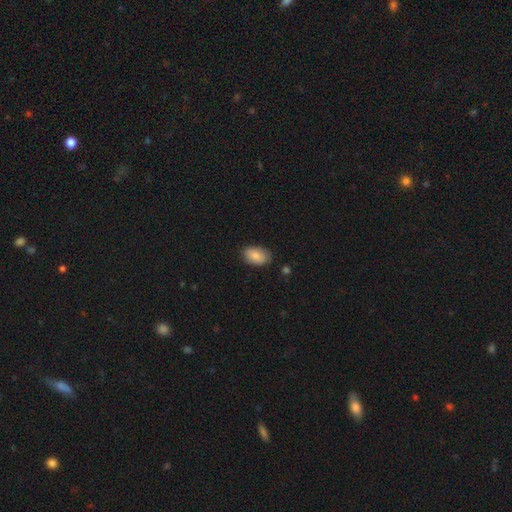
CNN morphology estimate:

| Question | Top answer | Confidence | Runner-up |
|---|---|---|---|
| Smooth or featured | smooth | 84% | featured or disk (9%) |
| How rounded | in between | 92% | round (7%) |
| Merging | none | 82% | minor disturbance (14%) |